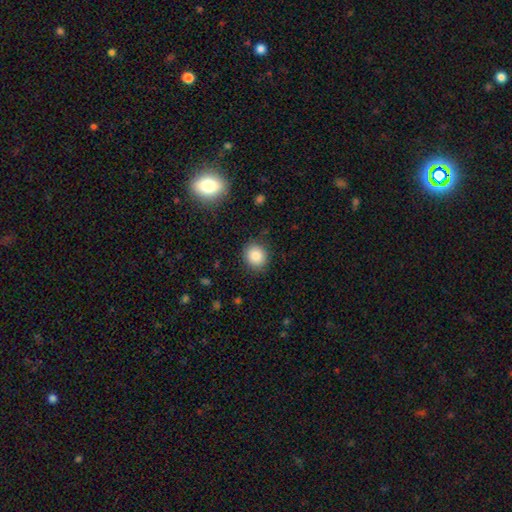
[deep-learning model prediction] Overall: smooth (84%). How rounded: round (82%). Merging: none (86%).